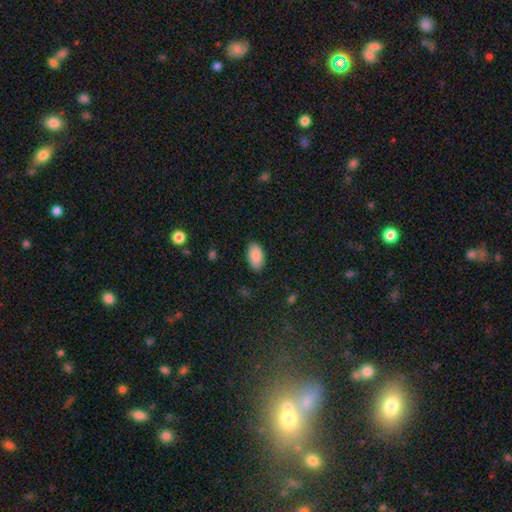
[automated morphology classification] Smooth or featured: smooth — 89% (star or artifact — 7%)
How rounded: in between — 95% (round — 4%)
Merging: none — 87% (minor disturbance — 10%)